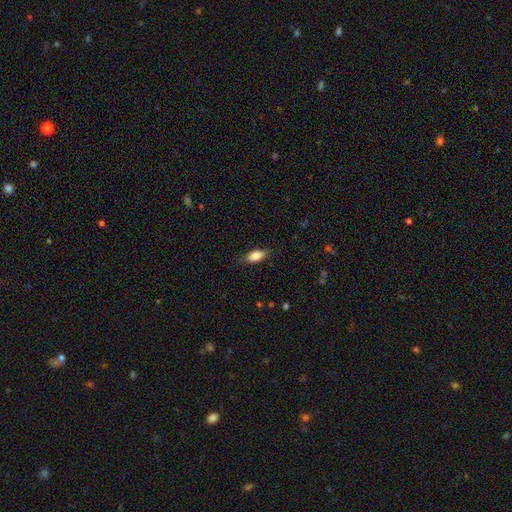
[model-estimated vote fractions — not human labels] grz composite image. It shows a smooth galaxy with no disk features (83%) that is in between round and cigar-shaped (84%). Merging: none (83%).